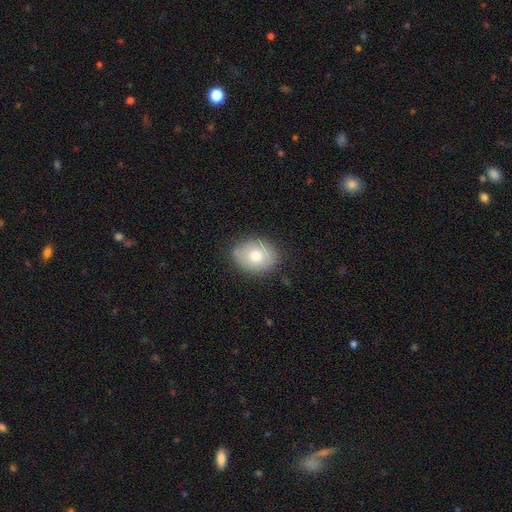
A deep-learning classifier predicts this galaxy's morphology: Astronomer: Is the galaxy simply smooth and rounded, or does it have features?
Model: smooth — 76%.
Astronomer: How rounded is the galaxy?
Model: in between — 66%.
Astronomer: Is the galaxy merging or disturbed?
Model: none — 81%.